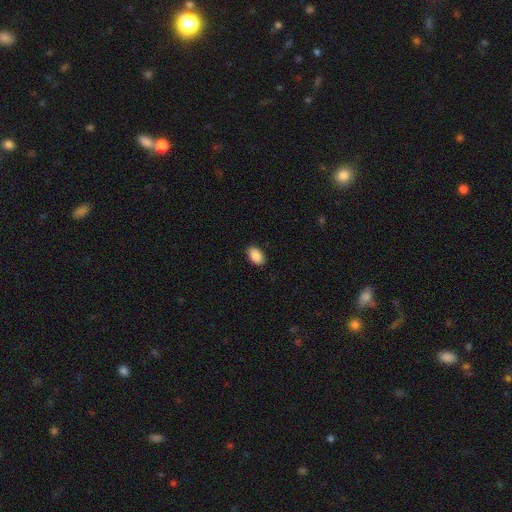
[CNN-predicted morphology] smooth_or_featured: smooth (p=0.90) [alt: star or artifact p=0.07]
how_rounded: in between (p=0.92) [alt: round p=0.07]
merging: none (p=0.89) [alt: minor disturbance p=0.08]